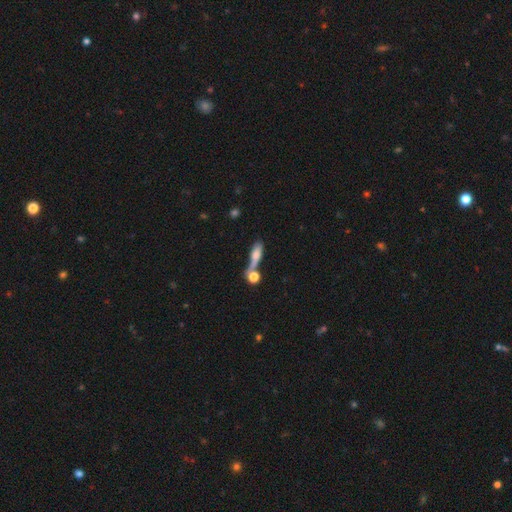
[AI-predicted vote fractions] A smooth galaxy with no disk features (68%) that is in between round and cigar-shaped (46%). Merging: merger (38%).